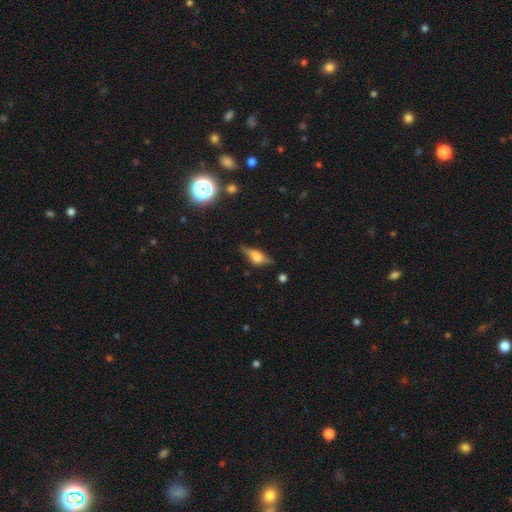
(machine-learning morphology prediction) Smooth or featured? Predicted: featured or disk (p=0.54). Edge-on disk? Predicted: yes (p=0.89). Merging? Predicted: none (p=0.64).